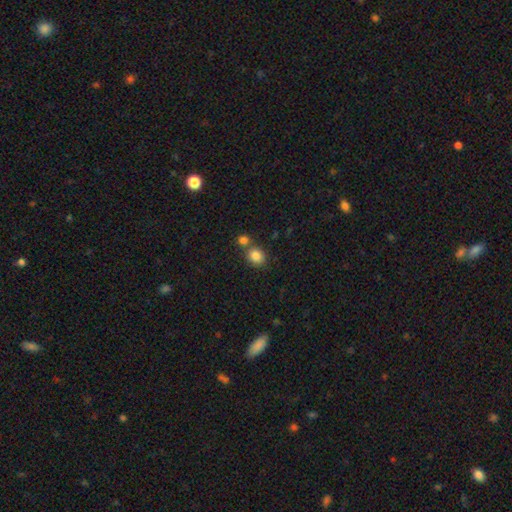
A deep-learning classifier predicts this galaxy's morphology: The model was most divided on "merging": none: 61%, merger: 27%, minor disturbance: 9%, major disturbance: 3%. More confident: smooth or featured — smooth (84%); how rounded — round (67%).